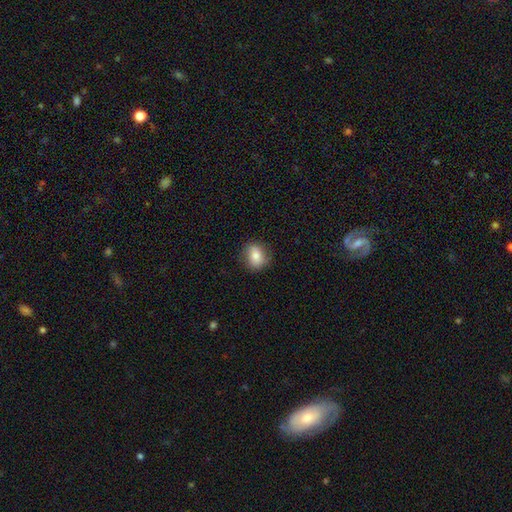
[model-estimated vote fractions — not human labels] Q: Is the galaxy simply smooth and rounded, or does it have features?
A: smooth — 78%.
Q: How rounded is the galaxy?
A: round — 55%.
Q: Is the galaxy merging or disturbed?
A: none — 82%.